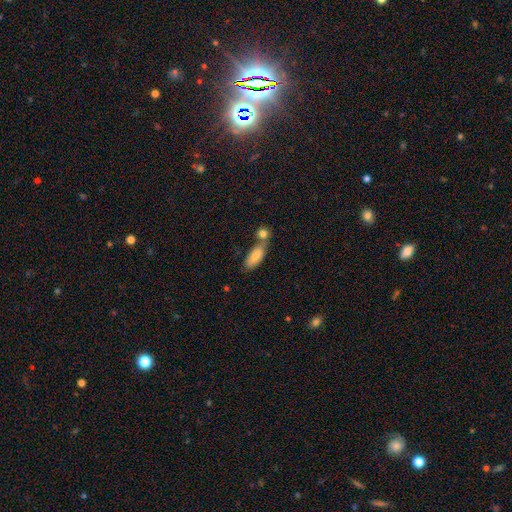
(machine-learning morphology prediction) smooth 81%, featured or disk 12%, star or artifact 7%. Down the decision tree: how rounded — in between (76%); merging — none (42%).